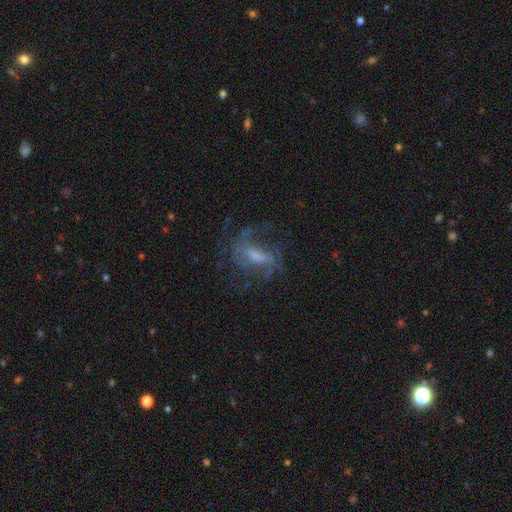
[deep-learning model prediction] smooth-or-featured: featured or disk: 74% | smooth: 15% | star or artifact: 11%
  disk-edge-on: no: 94% | yes: 6%
    bar: weak: 47% | strong: 29% | no: 24%
    has-spiral-arms: yes: 85% | no: 15%
      spiral-winding: medium: 46% | loose: 35% | tight: 20%
      spiral-arm-count: 2: 41% | can't tell: 29% | 3: 14% | 1: 7% | 4: 5% | more than 4: 4%
    bulge-size: moderate: 37% | small: 33% | none: 18% | large: 11% | dominant: 2%
  merging: none: 56% | major disturbance: 25% | minor disturbance: 17% | merger: 2%